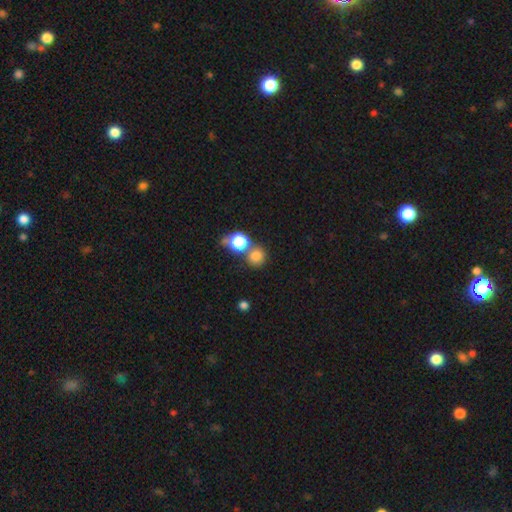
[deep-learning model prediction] Morphology: type=smooth (77%); roundness=round (85%); merging=none (54%).